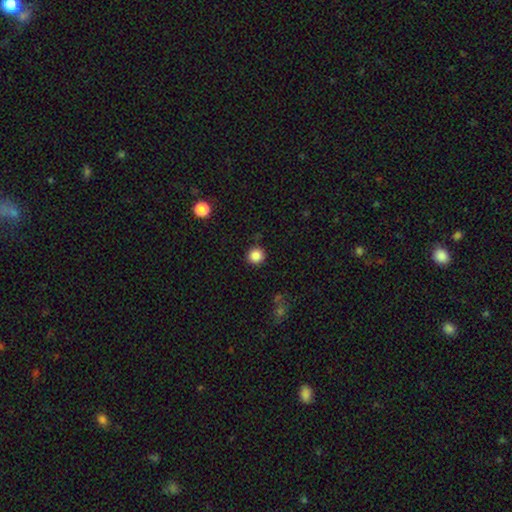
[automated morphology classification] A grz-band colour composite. It shows a smooth galaxy with no disk features (86%) that is round (94%). Merging: none (91%).